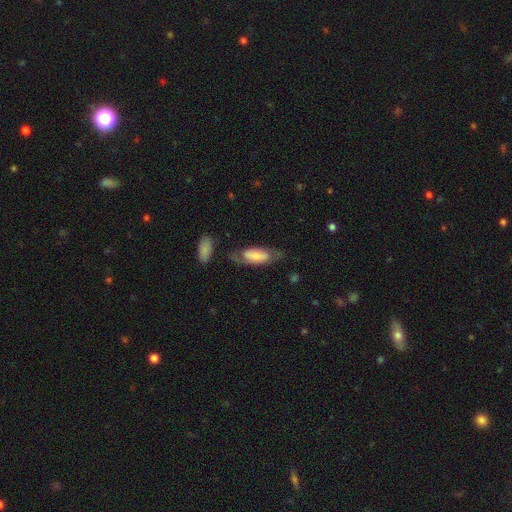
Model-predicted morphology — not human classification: type=smooth (66%); roundness=in between (72%); merging=none (53%).